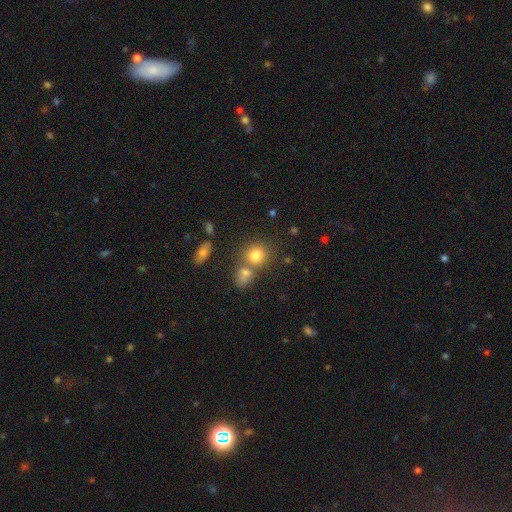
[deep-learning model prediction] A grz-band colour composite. It shows a smooth galaxy with no disk features (79%) that is round (79%). Merging: none (52%).